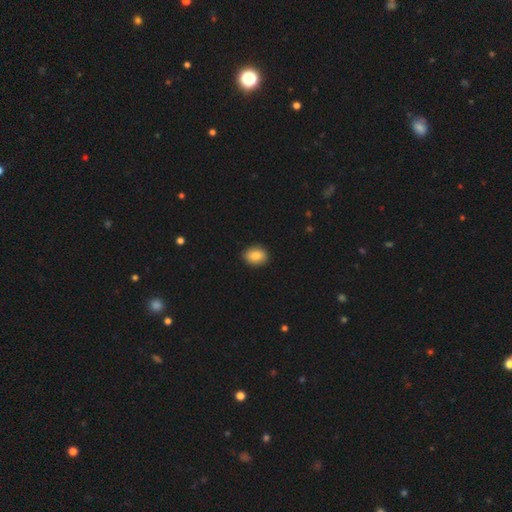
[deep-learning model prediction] Morphology: type=smooth (87%); roundness=in between (65%); merging=none (90%).